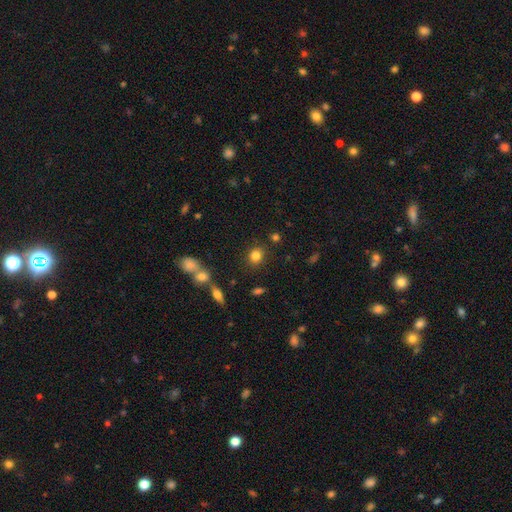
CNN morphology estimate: A smooth galaxy with no disk features (82%) that is round (73%).

Vote fractions:
- Smooth or featured? smooth: 82% / star or artifact: 12% / featured or disk: 6%
- How rounded? round: 73% / in between: 26% / cigar-shaped: 1%
- Merging? none: 84% / minor disturbance: 8% / merger: 4% / major disturbance: 3%